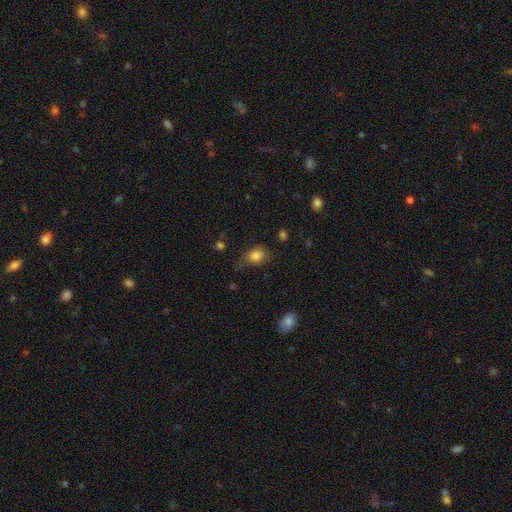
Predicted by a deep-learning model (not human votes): A smooth galaxy with no disk features (83%) that is in between round and cigar-shaped (59%). Merging: none (53%).